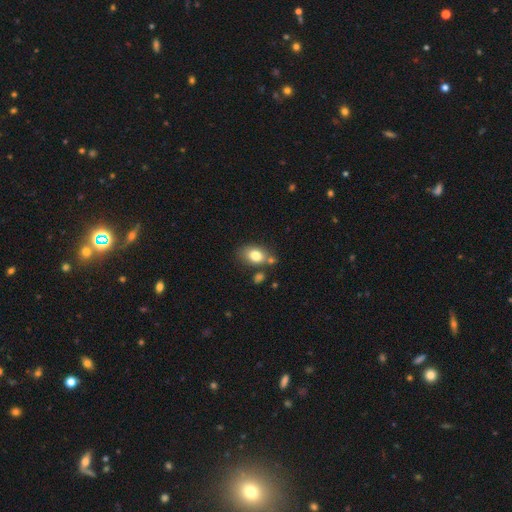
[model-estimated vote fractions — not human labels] A smooth galaxy with no disk features (79%) that is in between round and cigar-shaped (78%).

Vote fractions:
- Smooth or featured? smooth: 79% / featured or disk: 12% / star or artifact: 9%
- How rounded? in between: 78% / round: 20% / cigar-shaped: 1%
- Merging? none: 61% / minor disturbance: 18% / merger: 15% / major disturbance: 6%